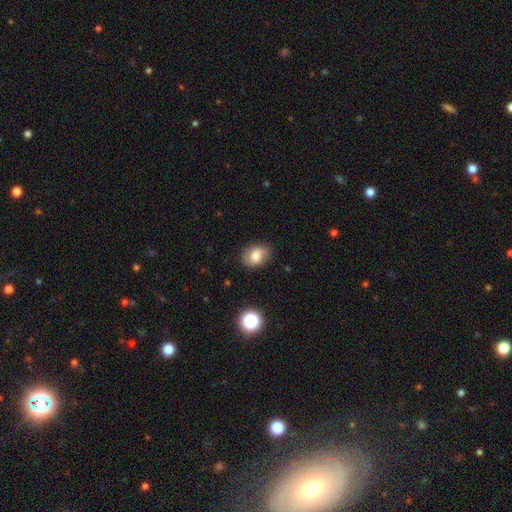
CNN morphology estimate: Smooth or featured? smooth (73%)
How rounded? in between (62%)
Merging? none (81%)